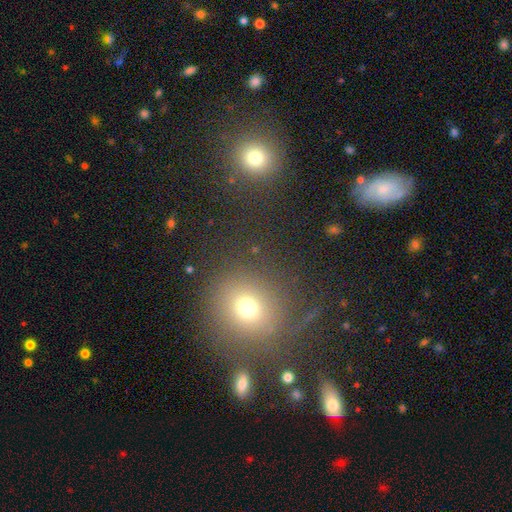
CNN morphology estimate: This appears to be a smooth galaxy with no disk features (52%) that is round (86%). Merging: none (79%).